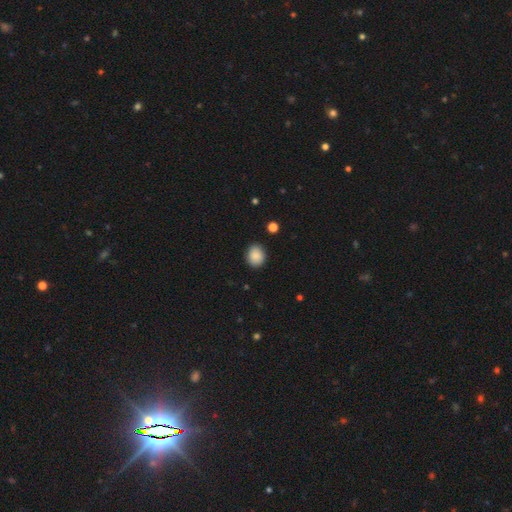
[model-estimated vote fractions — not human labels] This appears to be a smooth galaxy with no disk features (89%) that is round (56%). Merging: none (87%).